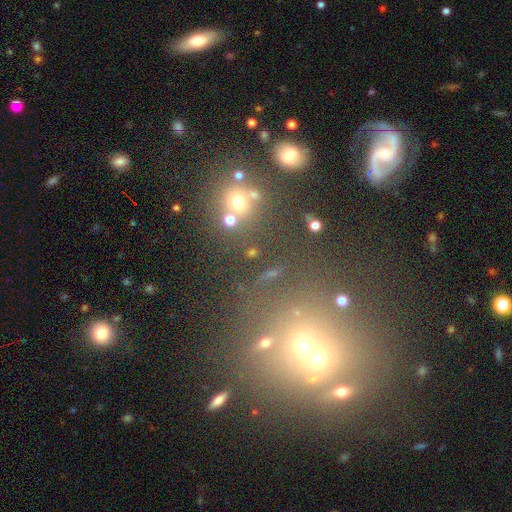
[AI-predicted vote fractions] Morphology: type=star or artifact (45%).